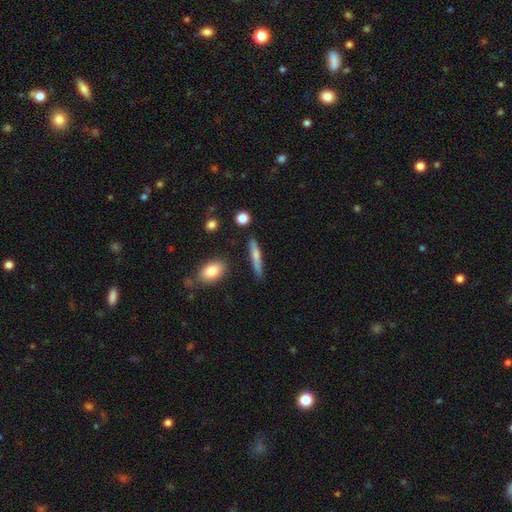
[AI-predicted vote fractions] Smooth or featured?
  - smooth: 69% *
  - featured or disk: 24%
  - star or artifact: 7%
How rounded?
  - cigar-shaped: 88% *
  - in between: 9%
  - round: 3%
Merging?
  - none: 80% *
  - minor disturbance: 13%
  - merger: 3%
  - major disturbance: 3%